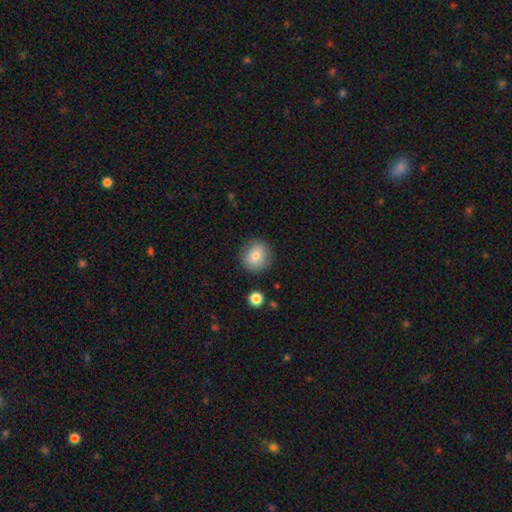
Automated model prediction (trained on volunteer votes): smooth 79%, featured or disk 13%, star or artifact 9%. Down the decision tree: how rounded — round (86%); merging — none (85%).